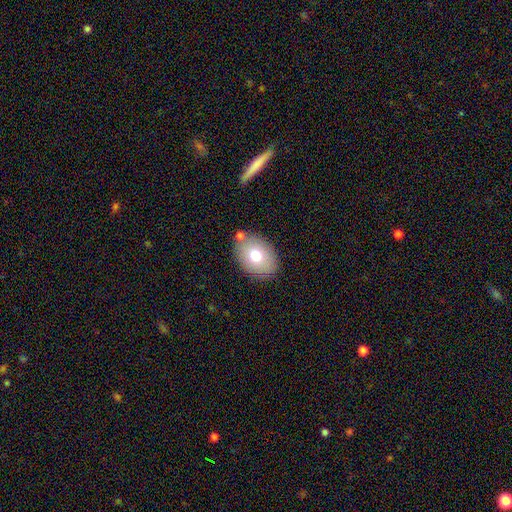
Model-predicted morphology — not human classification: smooth 73%, featured or disk 19%, star or artifact 8%. Down the decision tree: how rounded — in between (80%); merging — none (78%).